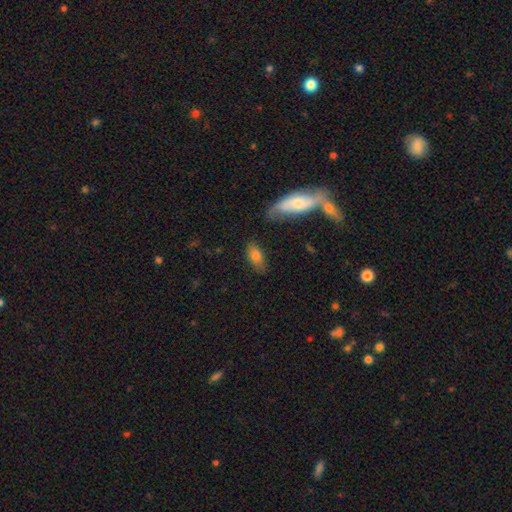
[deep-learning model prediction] Q: Smooth or featured?
A: smooth (76%); runner-up: featured or disk (16%)
Q: How rounded?
A: in between (85%); runner-up: cigar-shaped (10%)
Q: Merging?
A: none (77%); runner-up: minor disturbance (15%)